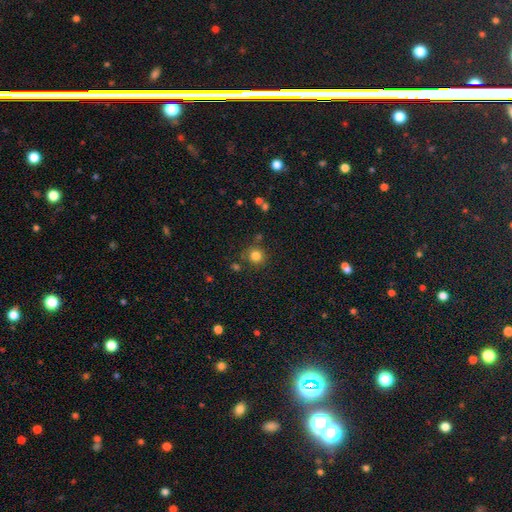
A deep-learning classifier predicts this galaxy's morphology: smooth-or-featured: smooth: 81% | star or artifact: 13% | featured or disk: 6%
  how-rounded: round: 92% | in between: 7% | cigar-shaped: 1%
  merging: none: 80% | minor disturbance: 10% | merger: 7% | major disturbance: 3%